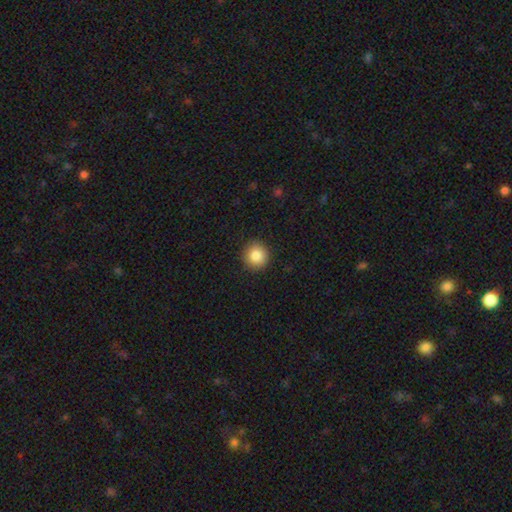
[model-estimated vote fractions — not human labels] This appears to be a smooth galaxy with no disk features (85%) that is round (94%). Merging: none (92%).